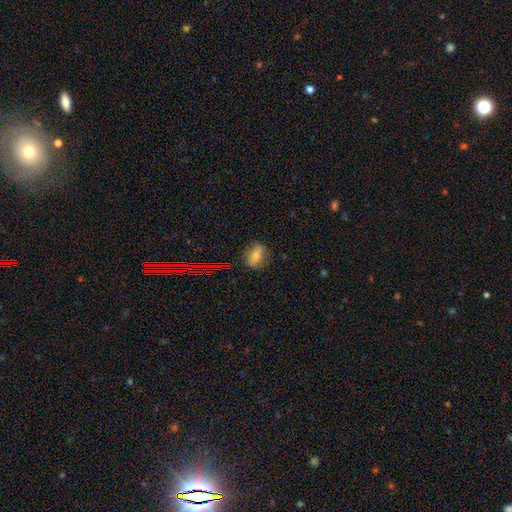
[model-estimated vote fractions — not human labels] Morphology: type=smooth (62%); roundness=in between (65%); merging=none (81%).